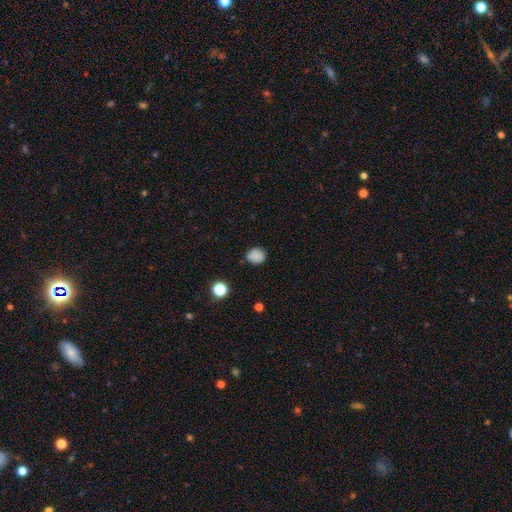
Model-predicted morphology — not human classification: A smooth galaxy with no disk features (84%) that is round (71%). Merging: none (79%).